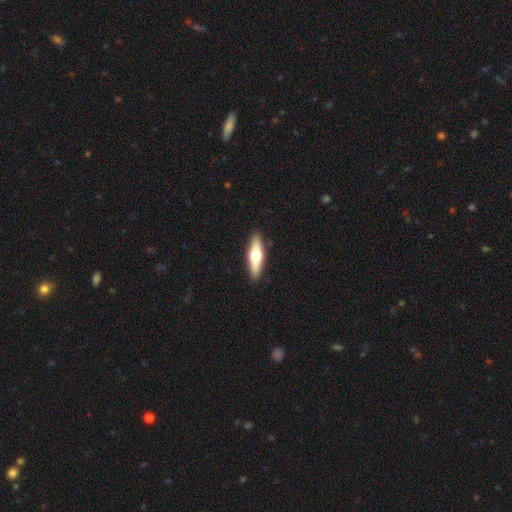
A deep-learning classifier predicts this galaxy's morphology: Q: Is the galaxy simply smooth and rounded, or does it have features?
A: smooth — 49%.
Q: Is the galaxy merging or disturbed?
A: none — 90%.